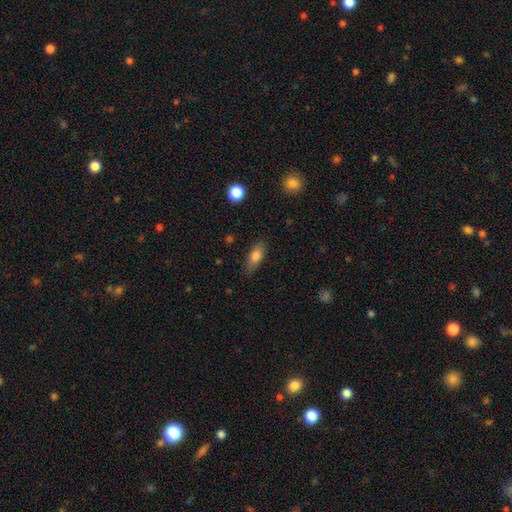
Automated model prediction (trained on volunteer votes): smooth_or_featured: smooth (p=0.79) [alt: featured or disk p=0.13]
how_rounded: in between (p=0.75) [alt: cigar-shaped p=0.21]
merging: none (p=0.82) [alt: minor disturbance p=0.14]